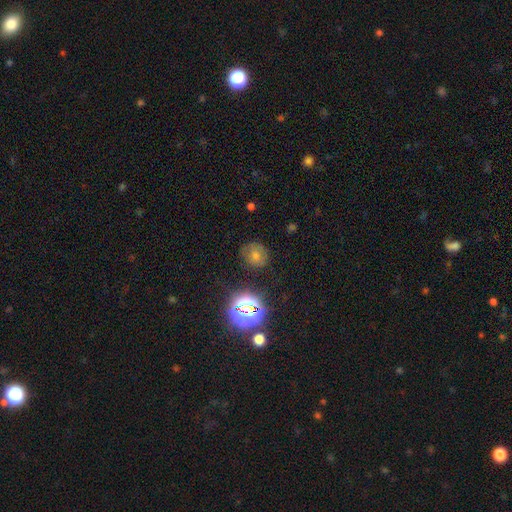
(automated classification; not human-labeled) smooth_or_featured: smooth (p=0.64) [alt: star or artifact p=0.24]
how_rounded: round (p=0.76) [alt: in between p=0.23]
merging: none (p=0.76) [alt: minor disturbance p=0.16]